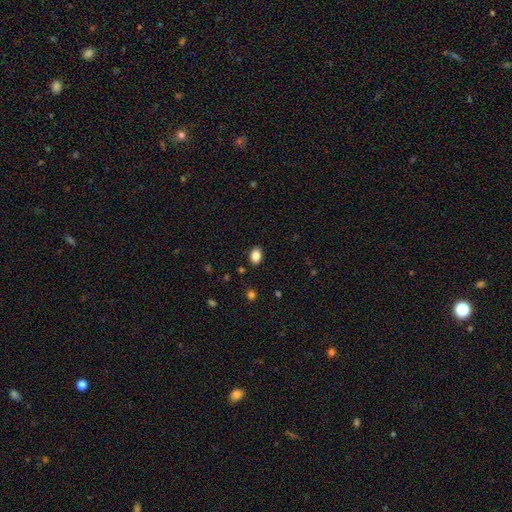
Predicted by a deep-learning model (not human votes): Smooth or featured?
  - smooth: 87% *
  - star or artifact: 9%
  - featured or disk: 4%
How rounded?
  - in between: 78% *
  - round: 21%
  - cigar-shaped: 1%
Merging?
  - none: 88% *
  - minor disturbance: 9%
  - major disturbance: 2%
  - merger: 1%